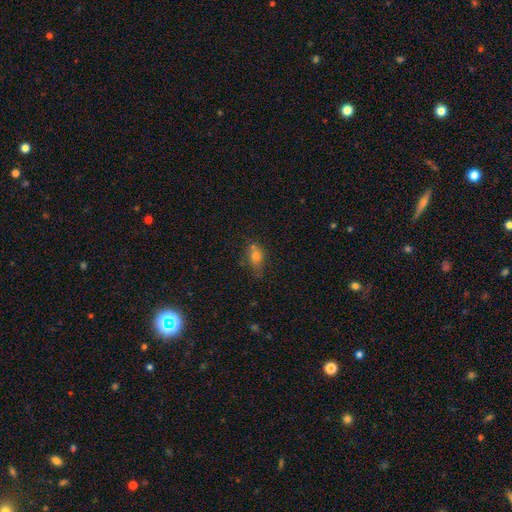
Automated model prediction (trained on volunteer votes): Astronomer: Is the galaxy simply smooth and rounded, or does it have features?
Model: smooth — 63%.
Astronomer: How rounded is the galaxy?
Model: in between — 66%.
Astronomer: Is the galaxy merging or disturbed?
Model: none — 60%.